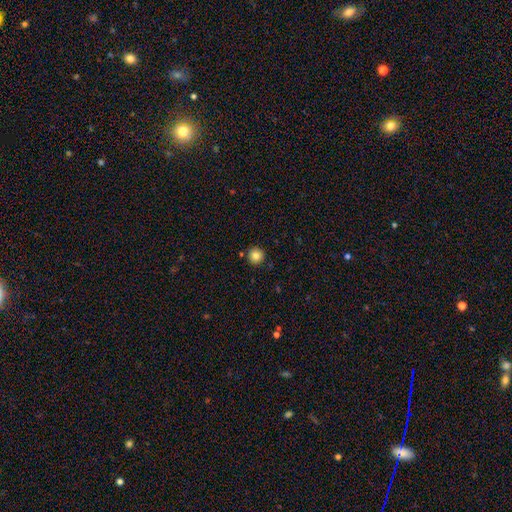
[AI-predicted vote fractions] smooth 83%, star or artifact 11%, featured or disk 6%. Down the decision tree: how rounded — round (95%); merging — none (90%).